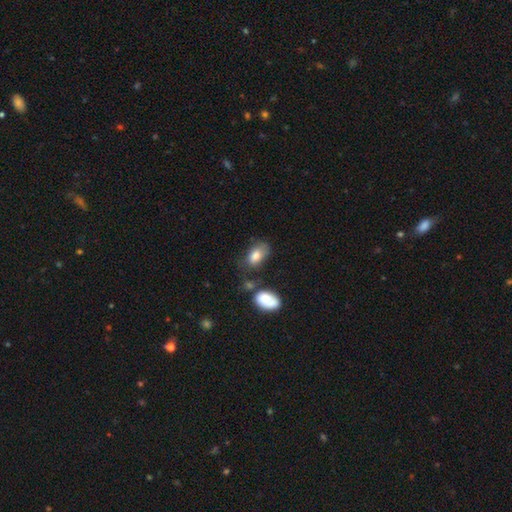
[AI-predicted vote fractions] Smooth or featured: smooth — 80% (featured or disk — 12%)
How rounded: in between — 90% (round — 8%)
Merging: none — 51% (minor disturbance — 26%)